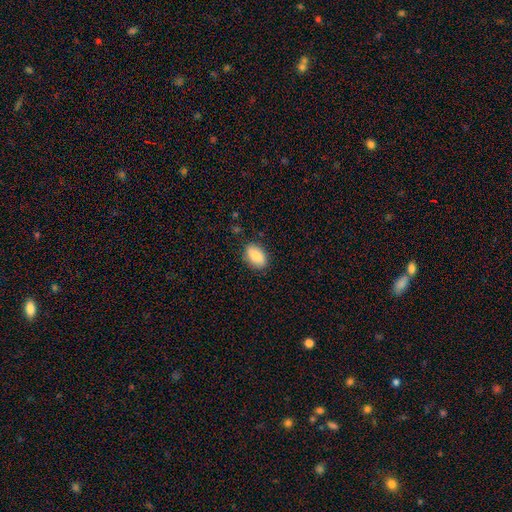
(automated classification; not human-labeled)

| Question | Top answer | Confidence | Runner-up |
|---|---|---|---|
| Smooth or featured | smooth | 78% | featured or disk (15%) |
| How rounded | in between | 87% | round (9%) |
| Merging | none | 84% | minor disturbance (12%) |